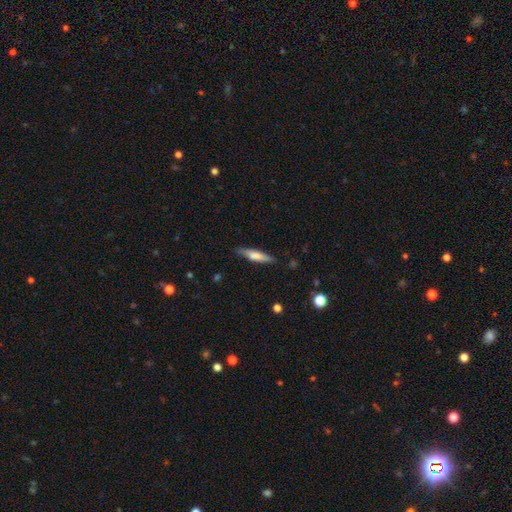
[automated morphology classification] smooth_or_featured: smooth (p=0.62) [alt: featured or disk p=0.32]
how_rounded: cigar-shaped (p=0.82) [alt: in between p=0.16]
merging: none (p=0.83) [alt: minor disturbance p=0.13]